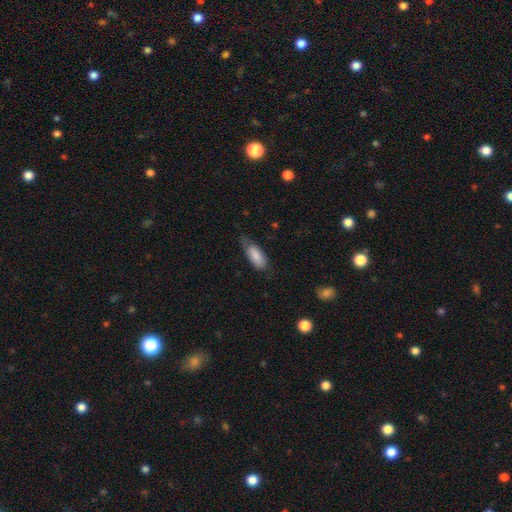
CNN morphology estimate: This is clearly a smooth galaxy (83%). How rounded: clearly in between (80%). Merging: possibly none (49%).